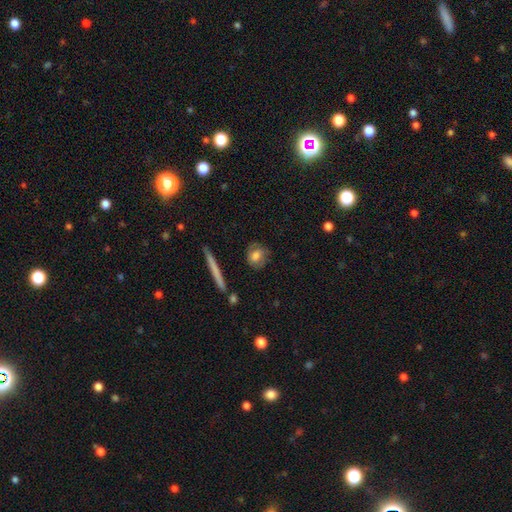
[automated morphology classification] This appears to be a smooth galaxy with no disk features (61%) that is round (58%). Merging: none (76%).